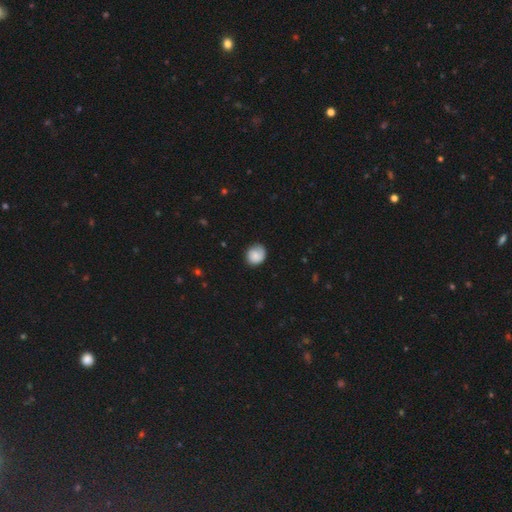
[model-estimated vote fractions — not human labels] A smooth galaxy with no disk features (75%) that is round (72%). Merging: none (72%).